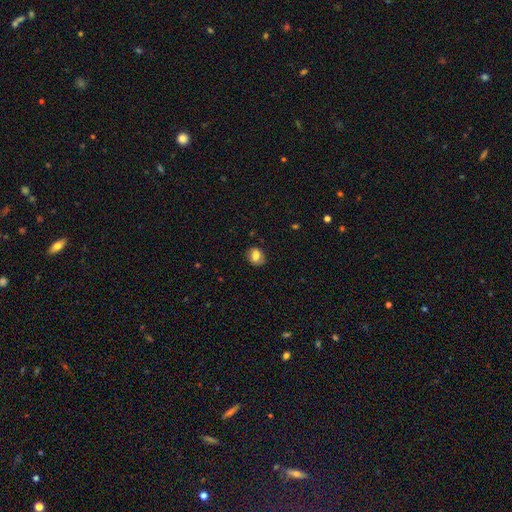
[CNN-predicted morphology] smooth_or_featured: smooth (p=0.70) [alt: featured or disk p=0.21]
how_rounded: round (p=0.52) [alt: in between p=0.47]
merging: none (p=0.80) [alt: minor disturbance p=0.14]